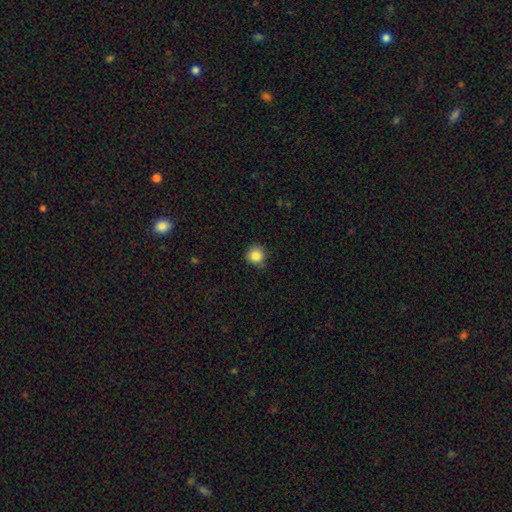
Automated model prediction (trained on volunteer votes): smooth_or_featured: smooth (p=0.86) [alt: star or artifact p=0.10]
how_rounded: round (p=0.91) [alt: in between p=0.08]
merging: none (p=0.77) [alt: minor disturbance p=0.19]